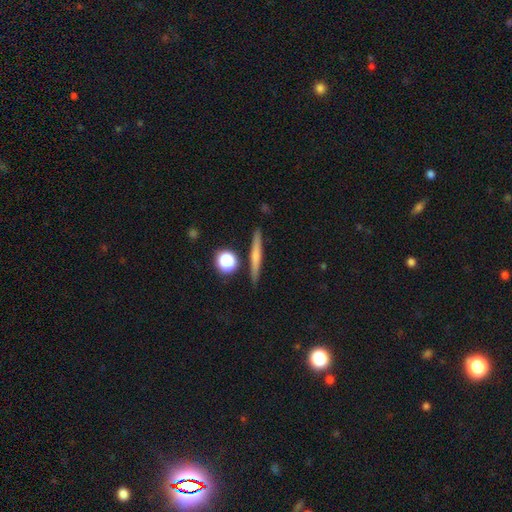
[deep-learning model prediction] Morphology: type=smooth (49%); merging=none (88%).